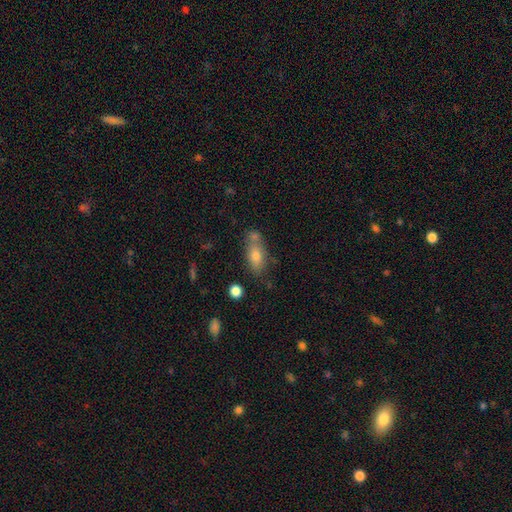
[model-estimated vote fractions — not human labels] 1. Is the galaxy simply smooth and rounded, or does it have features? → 73% smooth, 17% featured or disk, 10% star or artifact.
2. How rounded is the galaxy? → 78% in between, 14% cigar-shaped, 8% round.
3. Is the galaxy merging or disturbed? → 56% none, 23% merger, 15% minor disturbance, 5% major disturbance.